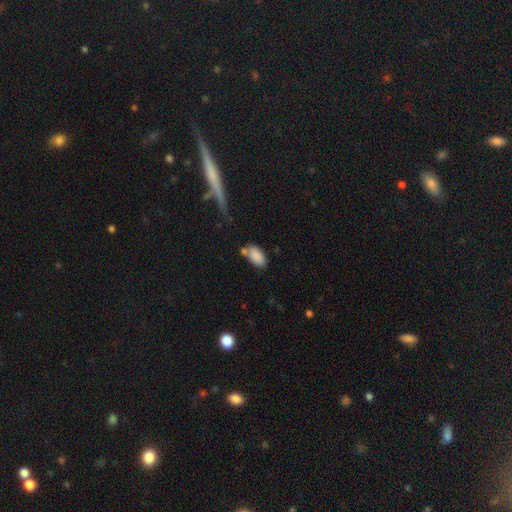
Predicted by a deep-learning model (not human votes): This is clearly a smooth galaxy (86%). How rounded: clearly in between (94%). Merging: possibly none (58%).